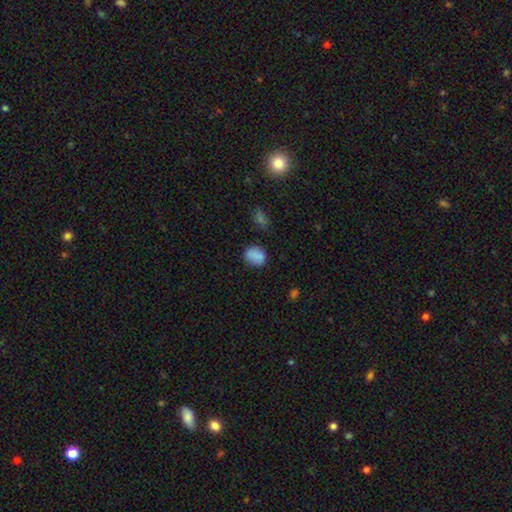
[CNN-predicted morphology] Smooth or featured? Predicted: smooth (p=0.83). How rounded? Predicted: round (p=0.55). Merging? Predicted: none (p=0.70).